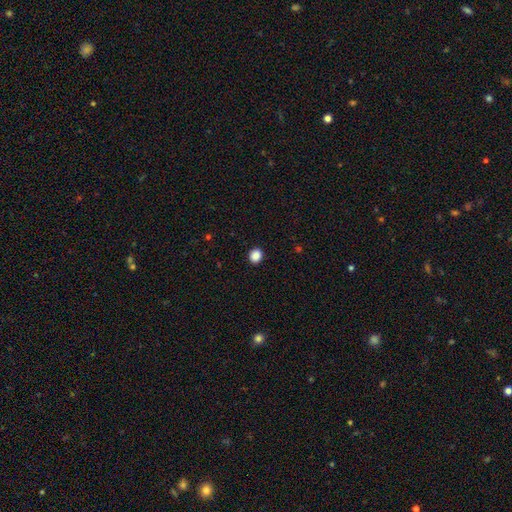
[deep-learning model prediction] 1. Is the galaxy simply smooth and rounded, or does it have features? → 88% smooth, 10% star or artifact, 2% featured or disk.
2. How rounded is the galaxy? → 79% round, 20% in between, 1% cigar-shaped.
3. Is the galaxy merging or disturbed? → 92% none, 5% minor disturbance, 2% major disturbance, 1% merger.